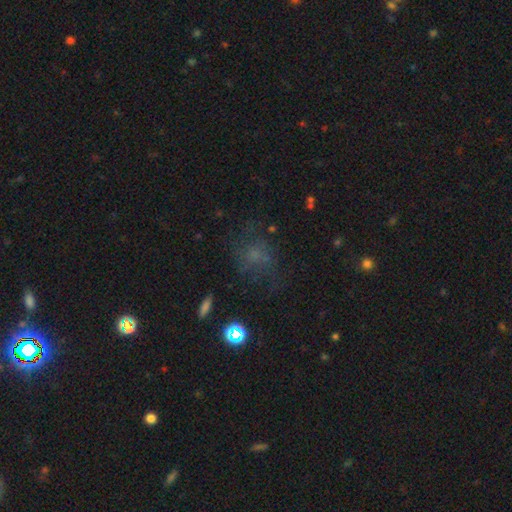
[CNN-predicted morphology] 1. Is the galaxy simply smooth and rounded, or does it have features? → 49% smooth, 26% star or artifact, 25% featured or disk.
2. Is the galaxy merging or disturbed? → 54% none, 23% major disturbance, 20% minor disturbance, 3% merger.